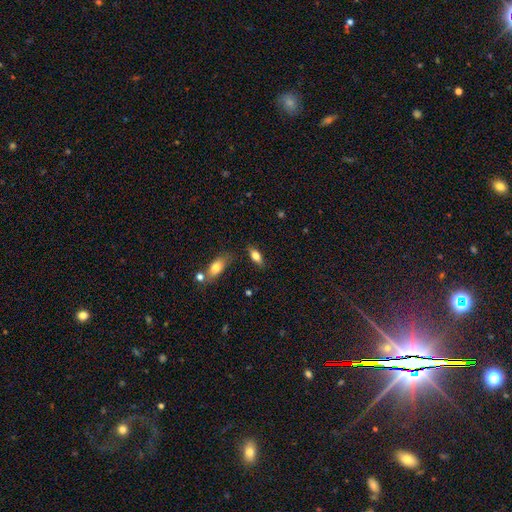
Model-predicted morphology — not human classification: Smooth or featured? smooth (74%)
How rounded? in between (81%)
Merging? none (77%)